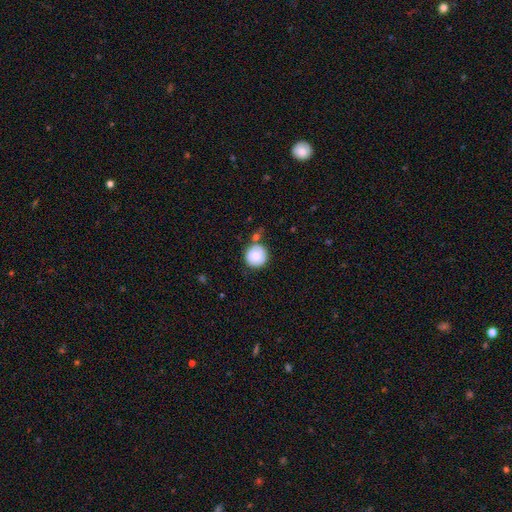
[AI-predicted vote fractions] smooth-or-featured: smooth: 82% | featured or disk: 10% | star or artifact: 7%
  how-rounded: round: 94% | in between: 5% | cigar-shaped: 1%
  merging: none: 71% | minor disturbance: 15% | merger: 10% | major disturbance: 4%